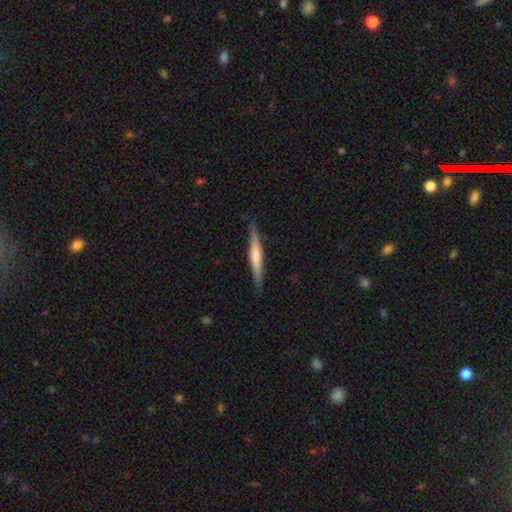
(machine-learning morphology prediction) This appears to be a featured or disk galaxy (48%). Merging: none (87%).